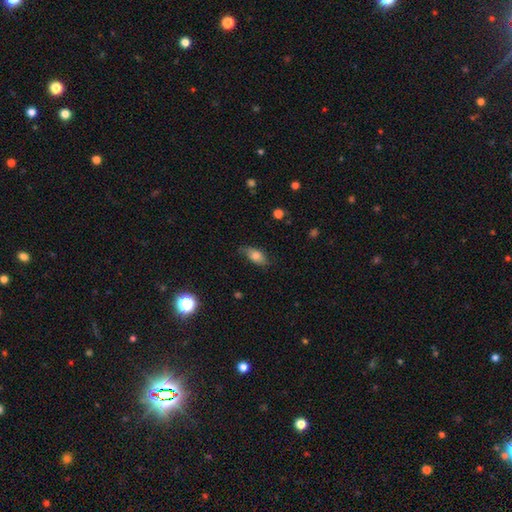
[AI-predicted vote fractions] The model was most divided on "merging": none: 64%, minor disturbance: 27%, major disturbance: 7%, merger: 1%. More confident: how rounded — in between (85%); smooth or featured — smooth (69%).